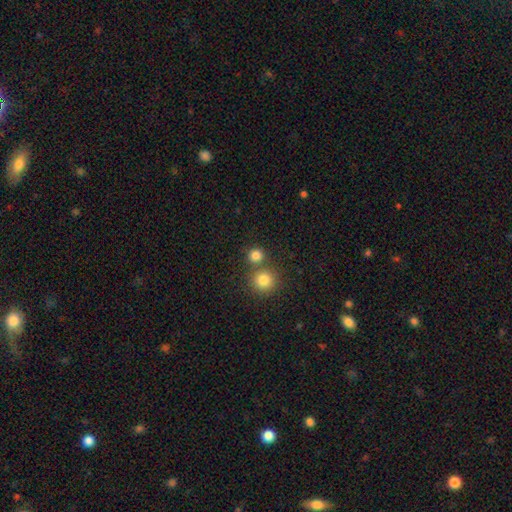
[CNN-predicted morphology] This appears to be a smooth galaxy with no disk features (82%) that is round (90%). Merging: none (68%).